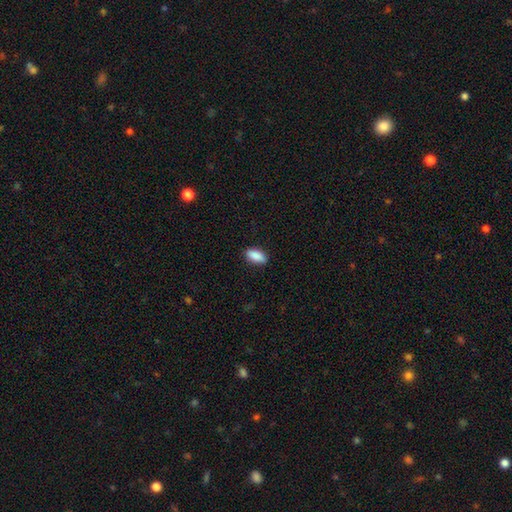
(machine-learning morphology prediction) This appears to be a smooth galaxy with no disk features (89%) that is in between round and cigar-shaped (88%). Merging: none (89%).